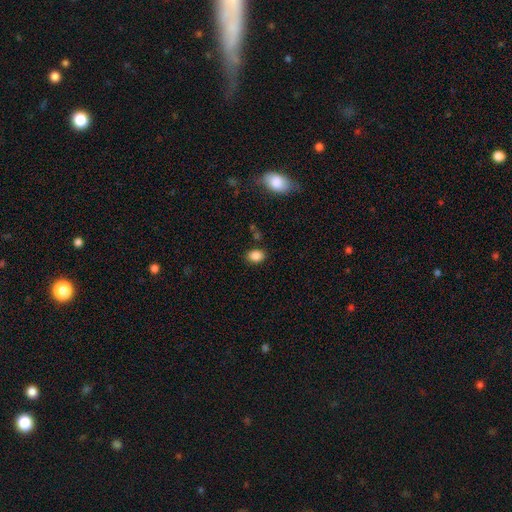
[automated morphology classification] smooth 86%, star or artifact 10%, featured or disk 4%. Down the decision tree: how rounded — in between (65%); merging — none (84%).